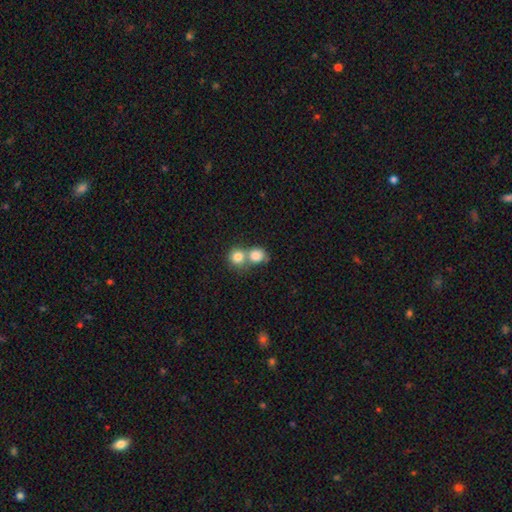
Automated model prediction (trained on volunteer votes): Q: Smooth or featured?
A: smooth (82%); runner-up: featured or disk (9%)
Q: How rounded?
A: round (75%); runner-up: in between (24%)
Q: Merging?
A: merger (58%); runner-up: none (33%)